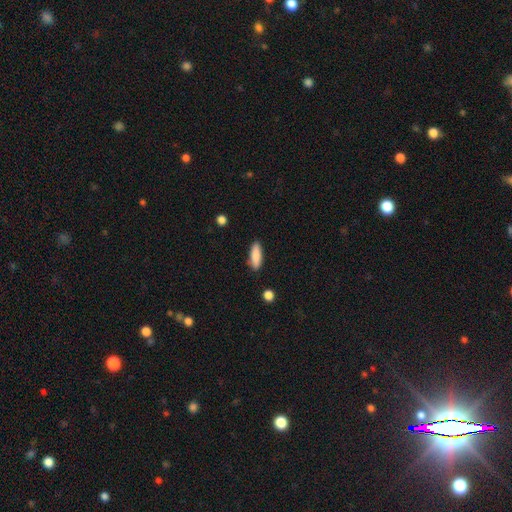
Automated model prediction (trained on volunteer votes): Morphology: type=smooth (86%); roundness=in between (54%); merging=none (86%).